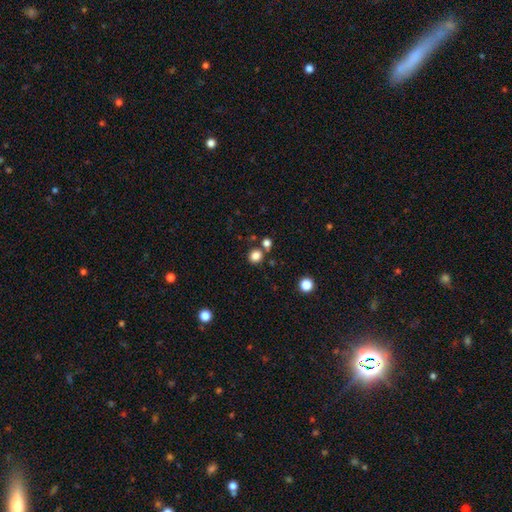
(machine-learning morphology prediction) smooth 83%, star or artifact 13%, featured or disk 5%. Down the decision tree: how rounded — round (83%); merging — none (76%).